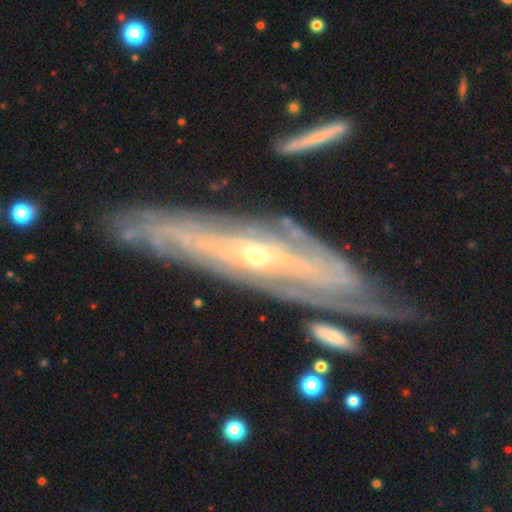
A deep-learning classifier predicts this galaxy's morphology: smooth-or-featured: featured or disk: 84% | smooth: 8% | star or artifact: 8%
  disk-edge-on: yes: 53% | no: 47%
  merging: none: 73% | minor disturbance: 18% | major disturbance: 6% | merger: 4%